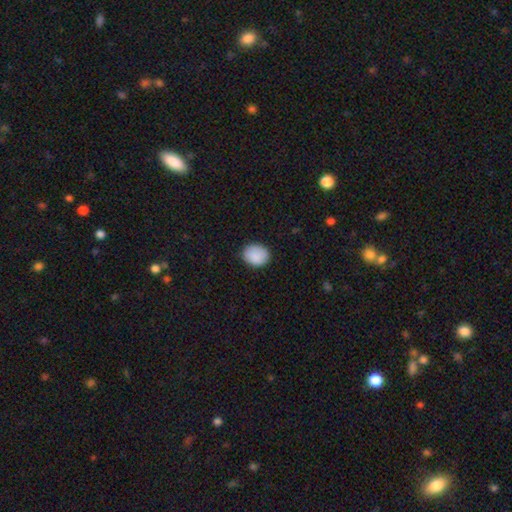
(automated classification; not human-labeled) smooth_or_featured: smooth (p=0.89) [alt: star or artifact p=0.07]
how_rounded: round (p=0.53) [alt: in between p=0.46]
merging: none (p=0.83) [alt: minor disturbance p=0.13]